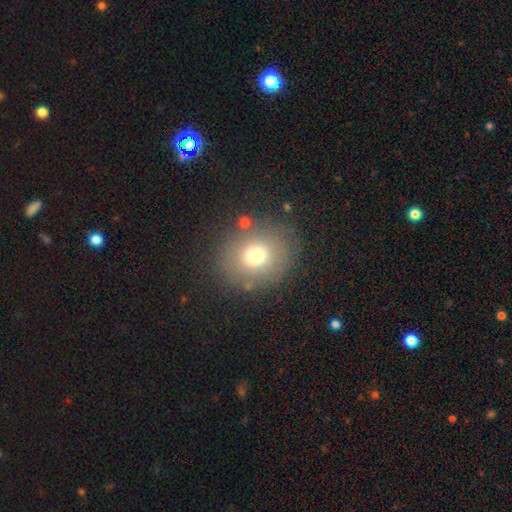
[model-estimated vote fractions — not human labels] This appears to be a smooth galaxy with no disk features (72%) that is round (77%). Merging: none (79%).